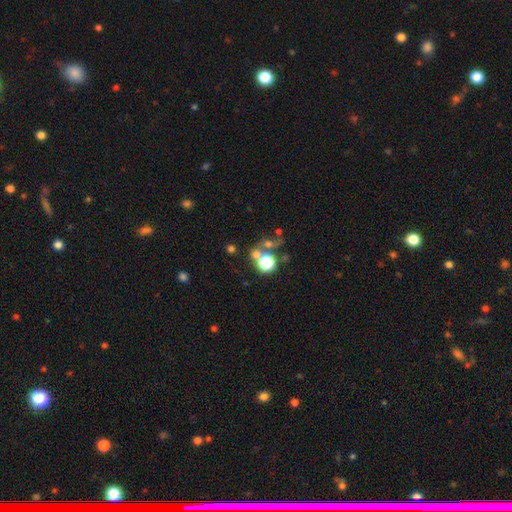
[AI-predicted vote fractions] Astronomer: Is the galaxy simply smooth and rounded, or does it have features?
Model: star or artifact — 44% (runner-up: smooth, 42%).